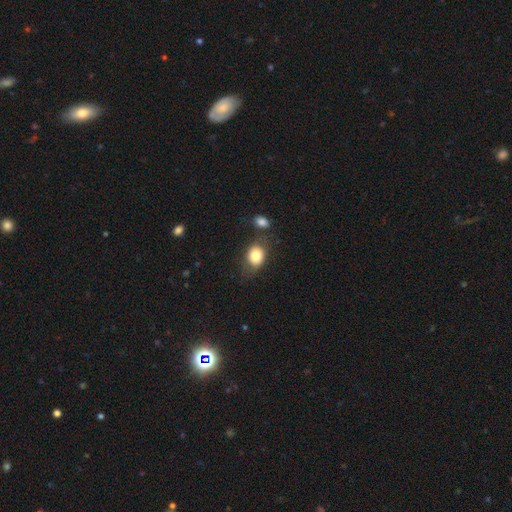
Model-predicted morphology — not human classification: The model was most divided on "how rounded": in between: 59%, round: 40%, cigar-shaped: 1%. More confident: smooth or featured — smooth (80%); merging — none (62%).